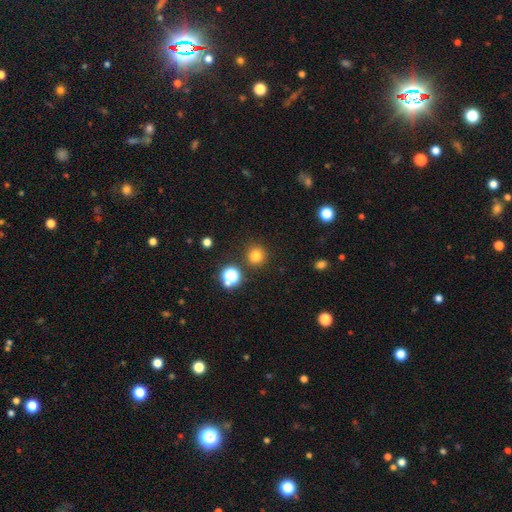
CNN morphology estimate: smooth_or_featured: smooth (p=0.77) [alt: star or artifact p=0.17]
how_rounded: round (p=0.93) [alt: in between p=0.06]
merging: none (p=0.88) [alt: minor disturbance p=0.06]